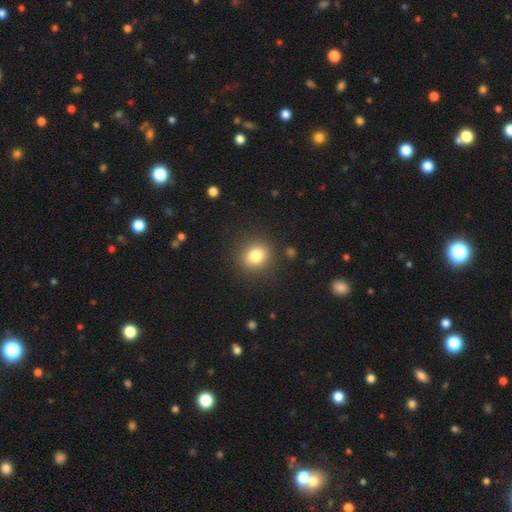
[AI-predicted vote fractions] smooth_or_featured: smooth (p=0.81) [alt: star or artifact p=0.12]
how_rounded: round (p=0.79) [alt: in between p=0.20]
merging: none (p=0.88) [alt: minor disturbance p=0.07]